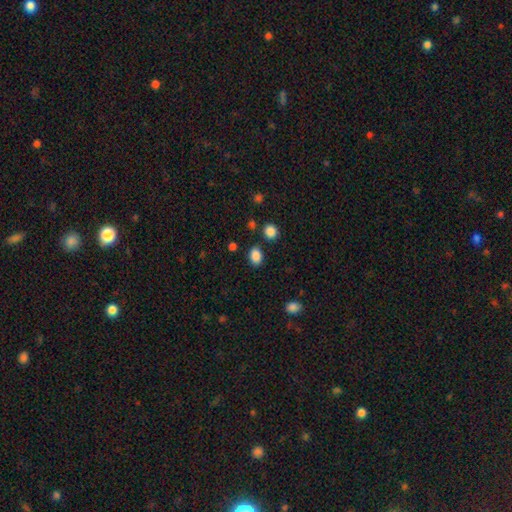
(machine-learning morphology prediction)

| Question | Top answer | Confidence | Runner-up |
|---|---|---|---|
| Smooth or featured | smooth | 87% | star or artifact (10%) |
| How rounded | in between | 72% | round (27%) |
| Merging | none | 81% | minor disturbance (11%) |